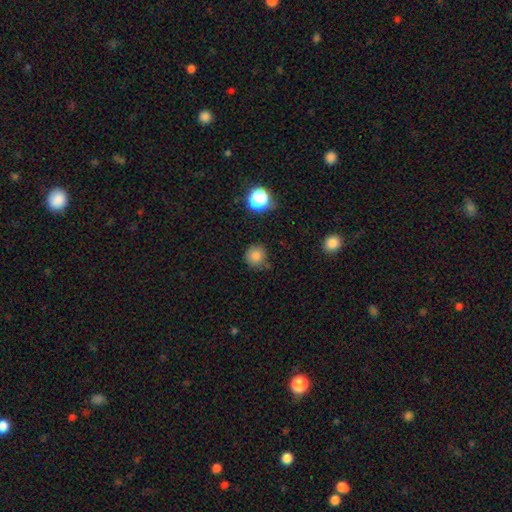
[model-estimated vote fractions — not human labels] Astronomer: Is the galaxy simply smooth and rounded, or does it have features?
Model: smooth — 81%.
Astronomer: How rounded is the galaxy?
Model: round — 92%.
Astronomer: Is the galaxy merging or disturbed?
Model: none — 75%.